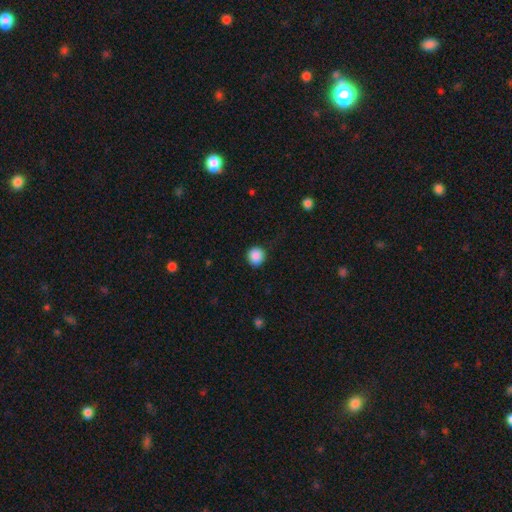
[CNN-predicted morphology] A smooth galaxy with no disk features (88%) that is round (92%).

Vote fractions:
- Smooth or featured? smooth: 88% / star or artifact: 9% / featured or disk: 3%
- How rounded? round: 92% / in between: 7% / cigar-shaped: 1%
- Merging? none: 86% / minor disturbance: 10% / major disturbance: 3% / merger: 1%